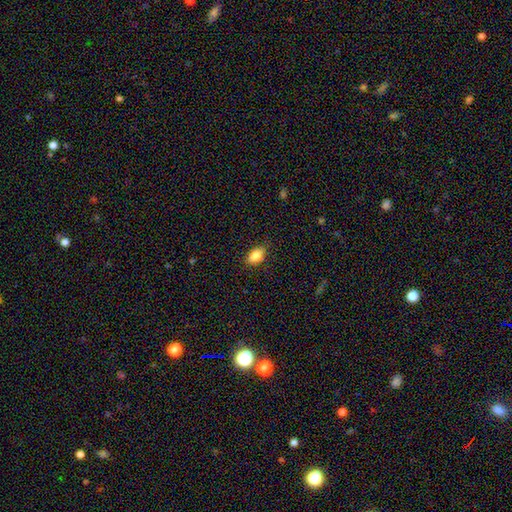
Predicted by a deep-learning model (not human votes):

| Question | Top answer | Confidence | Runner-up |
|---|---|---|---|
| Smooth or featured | smooth | 86% | star or artifact (8%) |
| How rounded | in between | 90% | round (8%) |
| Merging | none | 85% | minor disturbance (11%) |